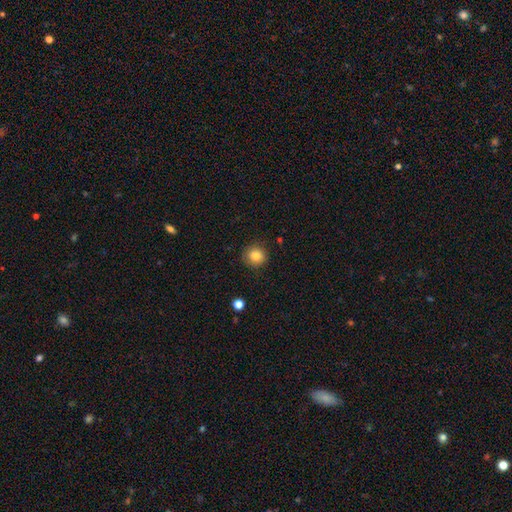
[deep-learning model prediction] The model was most divided on "smooth or featured": smooth: 83%, star or artifact: 10%, featured or disk: 6%. More confident: how rounded — round (91%); merging — none (87%).